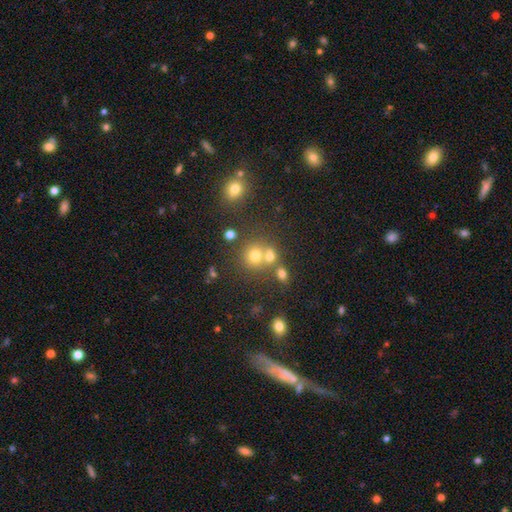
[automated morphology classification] This appears to be a smooth galaxy with no disk features (65%) that is round (85%). Merging: none (53%).